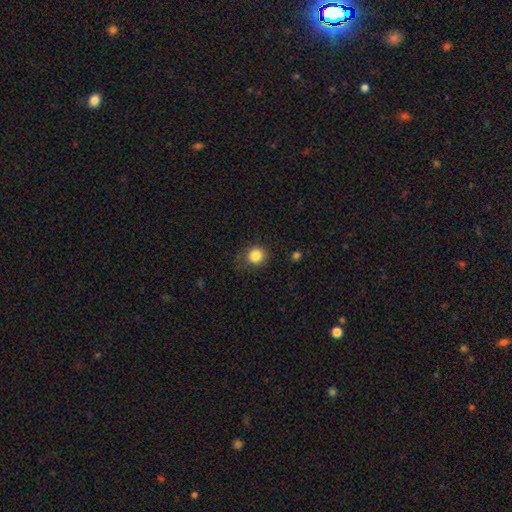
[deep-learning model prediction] smooth 84%, star or artifact 11%, featured or disk 5%. Down the decision tree: how rounded — round (89%); merging — none (81%).